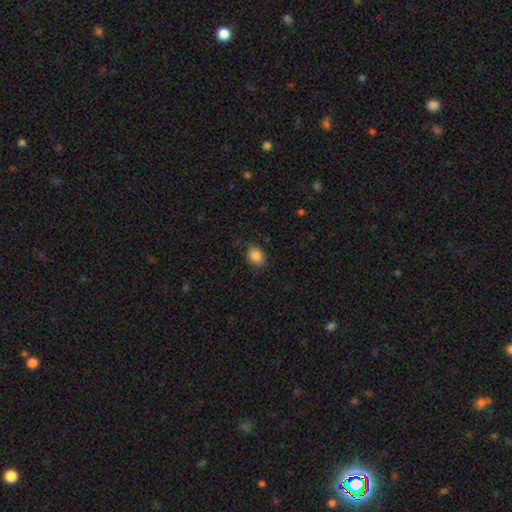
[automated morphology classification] A smooth galaxy with no disk features (86%) that is in between round and cigar-shaped (54%).

Vote fractions:
- Smooth or featured? smooth: 86% / star or artifact: 9% / featured or disk: 4%
- How rounded? in between: 54% / round: 45% / cigar-shaped: 1%
- Merging? none: 81% / minor disturbance: 15% / major disturbance: 3% / merger: 1%